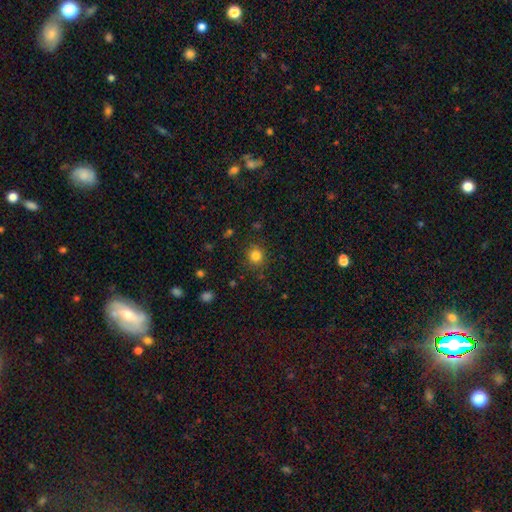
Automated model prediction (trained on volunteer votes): Morphology: type=smooth (81%); roundness=round (88%); merging=none (87%).